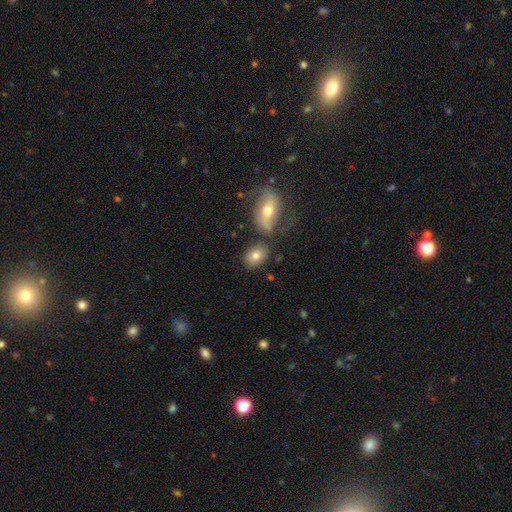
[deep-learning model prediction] This appears to be a smooth galaxy with no disk features (73%) that is in between round and cigar-shaped (82%). Merging: none (69%).